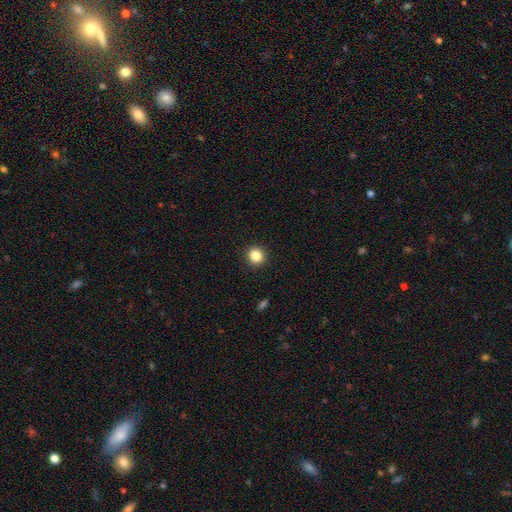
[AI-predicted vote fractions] Smooth or featured? Predicted: smooth (p=0.84). How rounded? Predicted: round (p=0.91). Merging? Predicted: none (p=0.92).